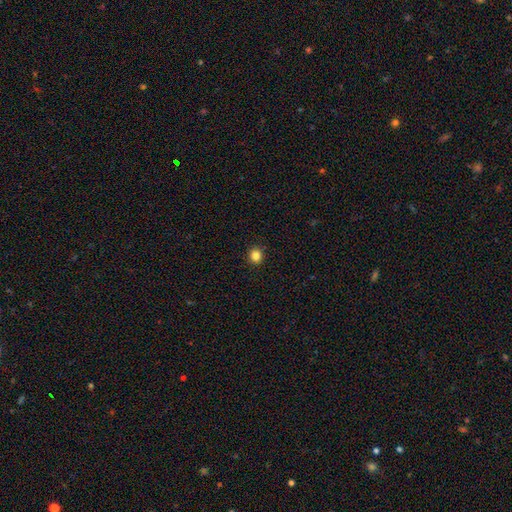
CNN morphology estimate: This is clearly a smooth galaxy (84%). How rounded: clearly round (87%). Merging: clearly none (92%).